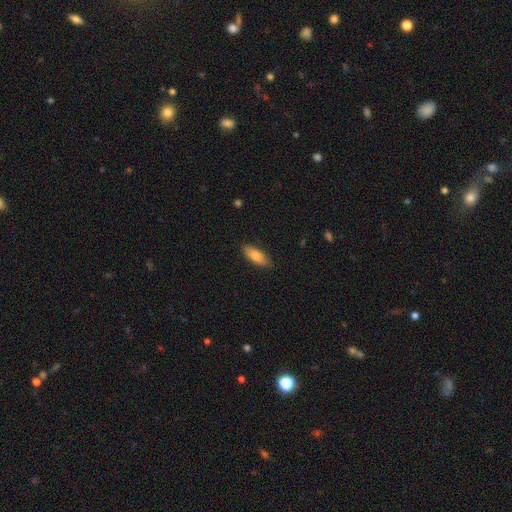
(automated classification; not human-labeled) Smooth or featured? smooth (82%)
How rounded? in between (70%)
Merging? none (85%)